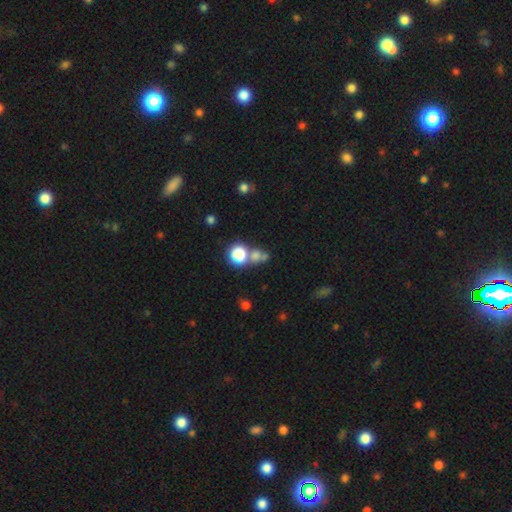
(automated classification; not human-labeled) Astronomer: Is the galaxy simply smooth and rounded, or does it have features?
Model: smooth — 67%.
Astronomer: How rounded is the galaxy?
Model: round — 79%.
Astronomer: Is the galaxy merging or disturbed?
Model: none — 47% (runner-up: merger, 38%).